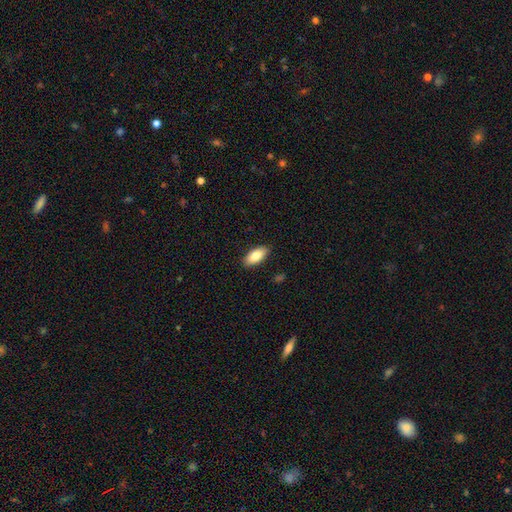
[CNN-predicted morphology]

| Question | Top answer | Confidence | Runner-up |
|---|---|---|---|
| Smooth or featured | smooth | 84% | featured or disk (10%) |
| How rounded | in between | 89% | cigar-shaped (9%) |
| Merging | none | 88% | minor disturbance (9%) |